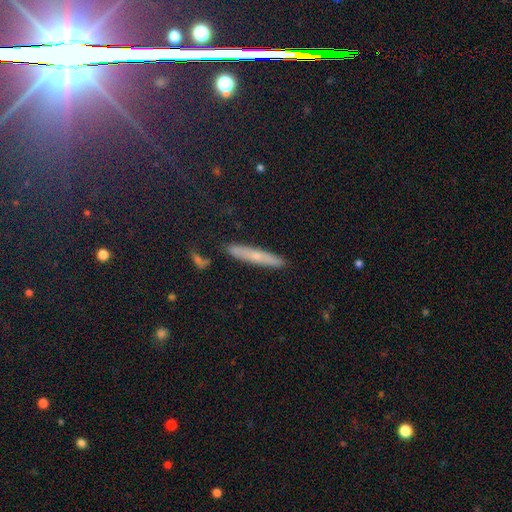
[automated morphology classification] This is possibly a smooth galaxy (50%). Merging: clearly none (86%).